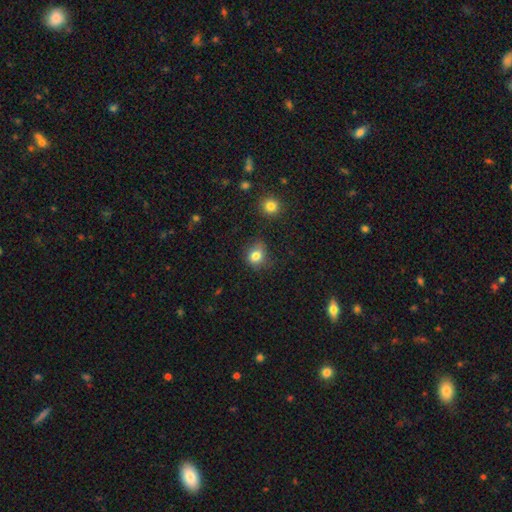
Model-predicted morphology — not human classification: Smooth or featured? Predicted: smooth (p=0.81). How rounded? Predicted: round (p=0.65). Merging? Predicted: none (p=0.67).